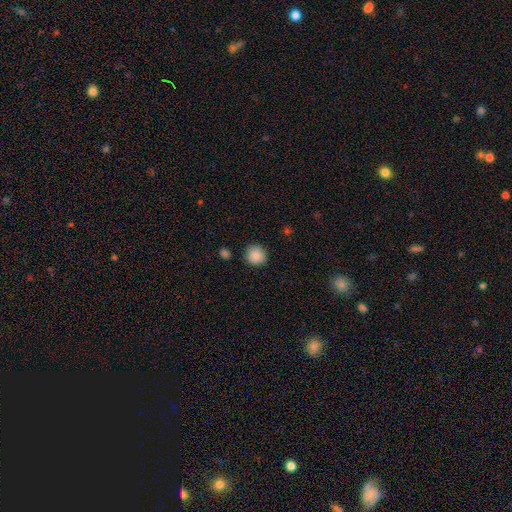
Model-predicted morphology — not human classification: A smooth galaxy with no disk features (88%) that is round (91%).

Vote fractions:
- Smooth or featured? smooth: 88% / star or artifact: 9% / featured or disk: 4%
- How rounded? round: 91% / in between: 8% / cigar-shaped: 1%
- Merging? none: 86% / minor disturbance: 9% / major disturbance: 2% / merger: 2%